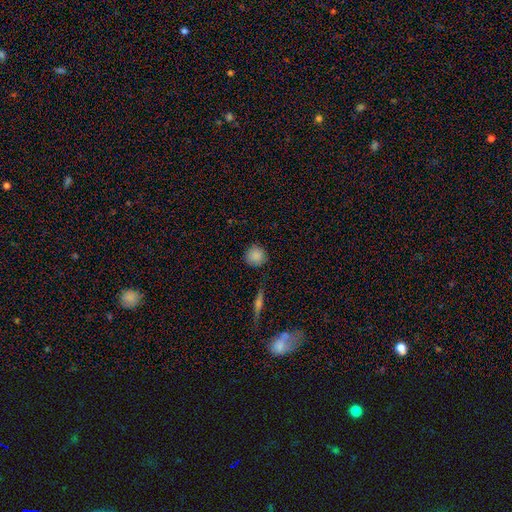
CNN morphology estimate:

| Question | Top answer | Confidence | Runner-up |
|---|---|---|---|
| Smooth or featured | smooth | 87% | star or artifact (9%) |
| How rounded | round | 92% | in between (7%) |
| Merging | none | 87% | minor disturbance (9%) |